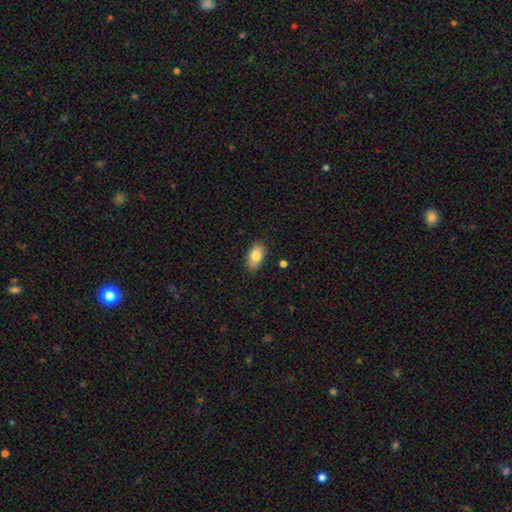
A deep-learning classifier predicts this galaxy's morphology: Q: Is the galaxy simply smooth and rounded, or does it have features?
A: smooth — 81%.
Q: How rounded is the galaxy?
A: in between — 93%.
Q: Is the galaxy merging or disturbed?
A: none — 86%.